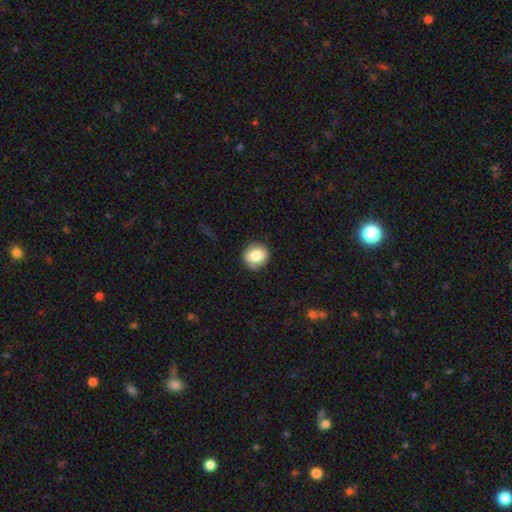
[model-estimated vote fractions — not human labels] This is clearly a smooth galaxy (81%). How rounded: clearly round (85%). Merging: clearly none (86%).